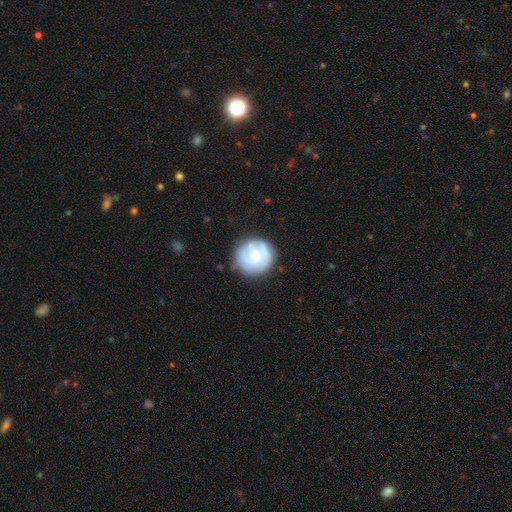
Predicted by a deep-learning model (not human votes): Q: Smooth or featured?
A: featured or disk (54%); runner-up: smooth (40%)
Q: Edge-on disk?
A: no (98%); runner-up: yes (2%)
Q: Bar?
A: no (73%); runner-up: weak (23%)
Q: Spiral arms?
A: yes (58%); runner-up: no (42%)
Q: Bulge size?
A: small (51%); runner-up: moderate (40%)
Q: Merging?
A: none (75%); runner-up: minor disturbance (17%)